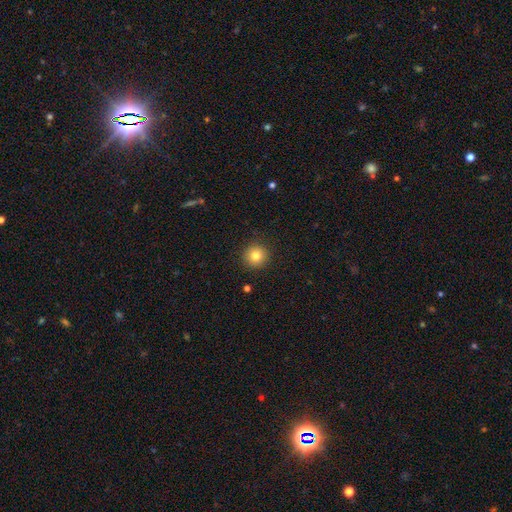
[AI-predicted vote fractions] Morphology: type=smooth (82%); roundness=round (94%); merging=none (91%).